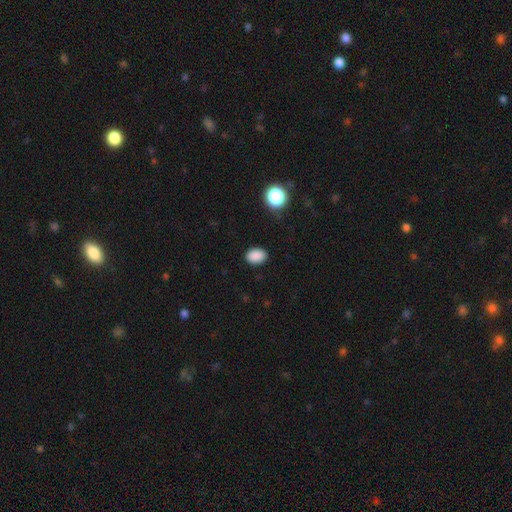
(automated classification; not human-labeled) smooth_or_featured: smooth (p=0.88) [alt: star or artifact p=0.10]
how_rounded: in between (p=0.78) [alt: round p=0.21]
merging: none (p=0.88) [alt: minor disturbance p=0.08]